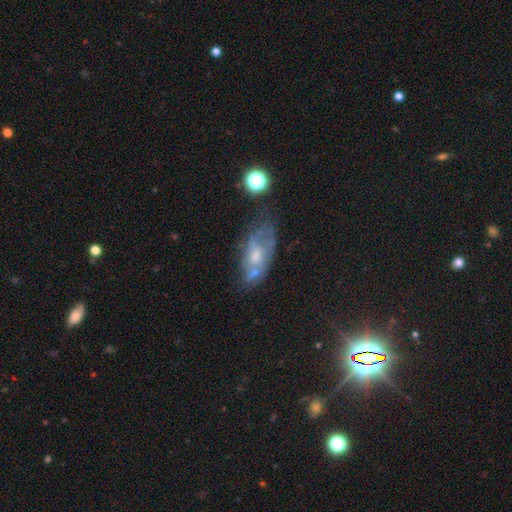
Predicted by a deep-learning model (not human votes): Smooth or featured?
  - featured or disk: 54% *
  - smooth: 32%
  - star or artifact: 14%
Edge-on disk?
  - no: 87% *
  - yes: 13%
Merging?
  - none: 43% *
  - minor disturbance: 28%
  - major disturbance: 19%
  - merger: 10%